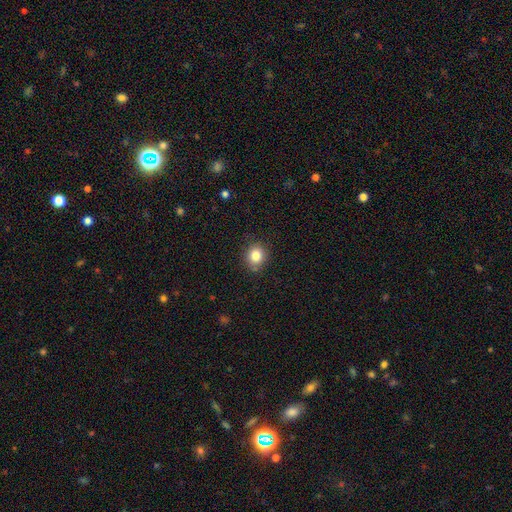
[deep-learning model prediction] Smooth or featured? smooth (82%)
How rounded? round (77%)
Merging? none (85%)